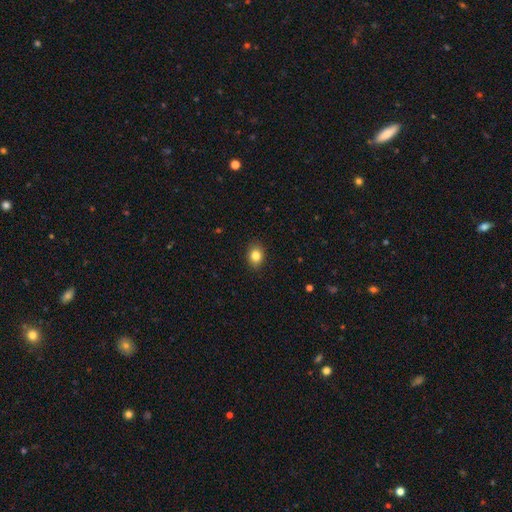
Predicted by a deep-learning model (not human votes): Morphology: type=smooth (84%); roundness=in between (52%); merging=none (88%).